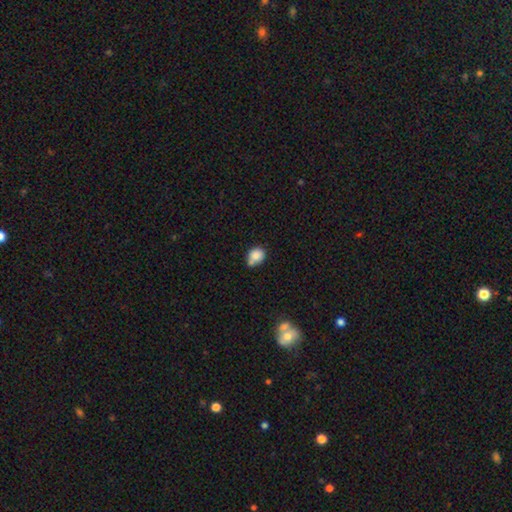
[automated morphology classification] Smooth or featured? smooth (83%)
How rounded? round (63%)
Merging? none (44%)